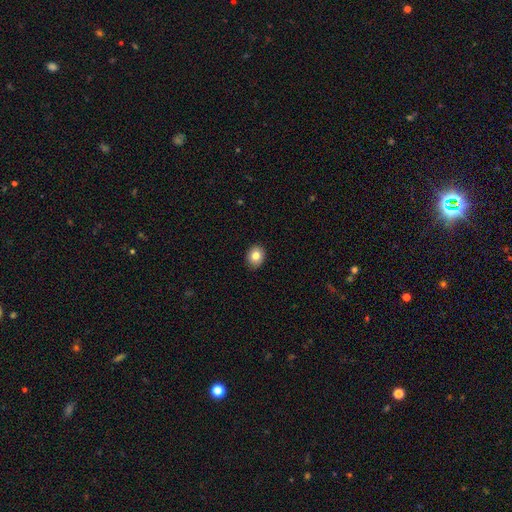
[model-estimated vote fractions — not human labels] Smooth or featured: smooth — 82% (star or artifact — 9%)
How rounded: round — 55% (in between — 44%)
Merging: none — 90% (minor disturbance — 7%)